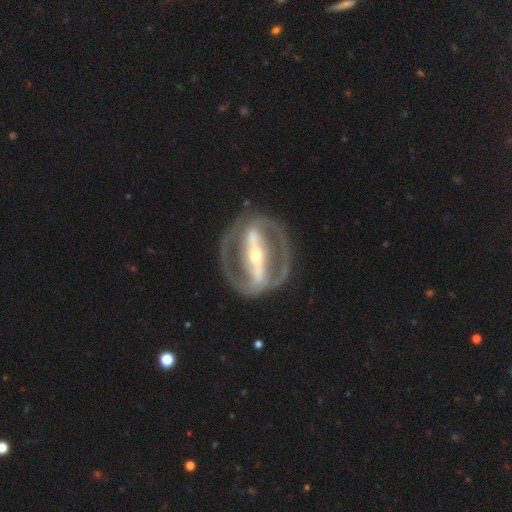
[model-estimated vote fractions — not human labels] Overall: featured or disk (86%). Edge-on disk: no (88%). Bar: strong (84%). Spiral arms: yes (65%; no 35%). Bulge size: small (54%; moderate 40%). Merging: none (81%).